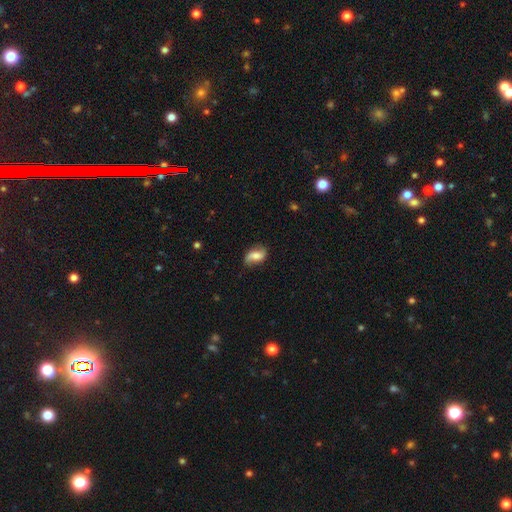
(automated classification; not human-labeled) smooth_or_featured: featured or disk (p=0.46) [alt: smooth p=0.45]
merging: none (p=0.69) [alt: minor disturbance p=0.23]